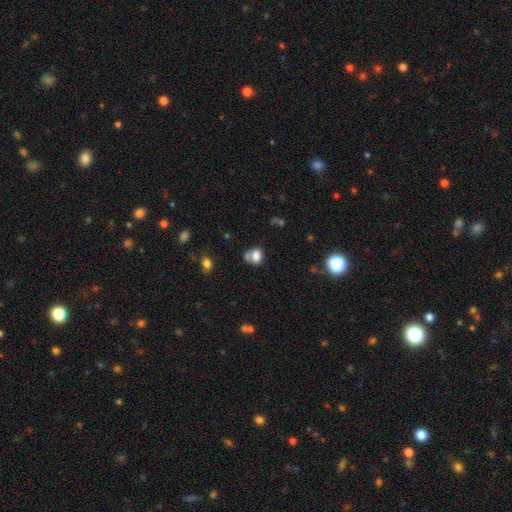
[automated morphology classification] Overall: smooth (77%). How rounded: in between (50%; round 49%). Merging: none (41%; merger 32%).